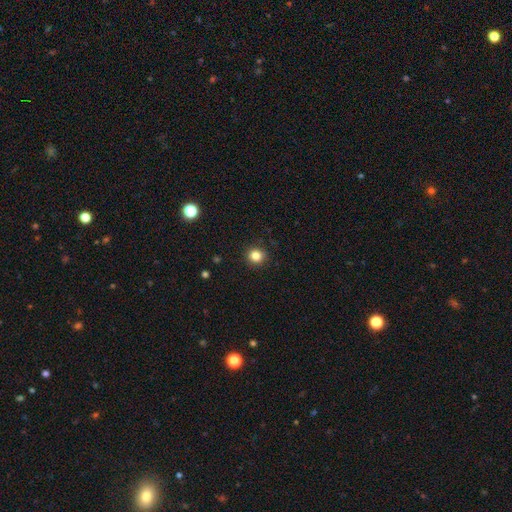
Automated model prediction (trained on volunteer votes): Smooth or featured?
  - smooth: 83% *
  - star or artifact: 12%
  - featured or disk: 5%
How rounded?
  - round: 90% *
  - in between: 9%
  - cigar-shaped: 1%
Merging?
  - none: 91% *
  - minor disturbance: 6%
  - major disturbance: 2%
  - merger: 1%